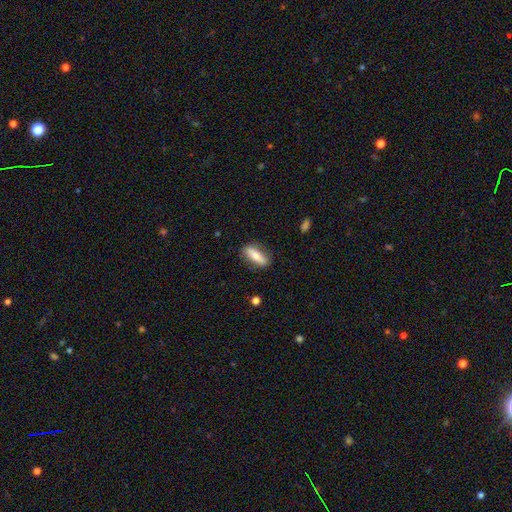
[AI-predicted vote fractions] The model was most divided on "how rounded": in between: 55%, cigar-shaped: 42%, round: 3%. More confident: merging — none (81%); smooth or featured — smooth (68%).